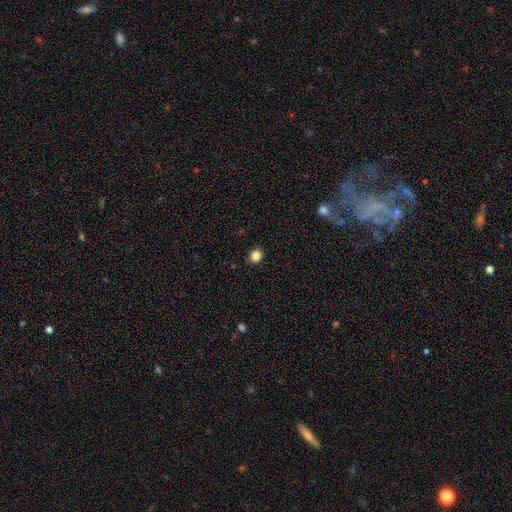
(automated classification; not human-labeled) This appears to be a smooth galaxy with no disk features (85%) that is round (68%). Merging: none (90%).